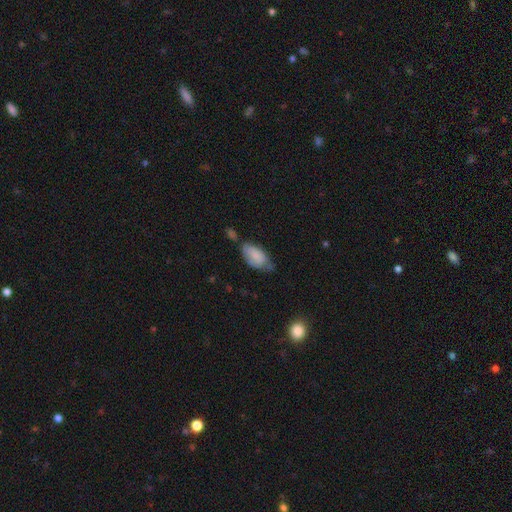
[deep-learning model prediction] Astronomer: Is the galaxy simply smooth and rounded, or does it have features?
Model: smooth — 78%.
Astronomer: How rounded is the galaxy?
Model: in between — 93%.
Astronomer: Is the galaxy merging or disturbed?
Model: minor disturbance — 37% (runner-up: none, 36%).